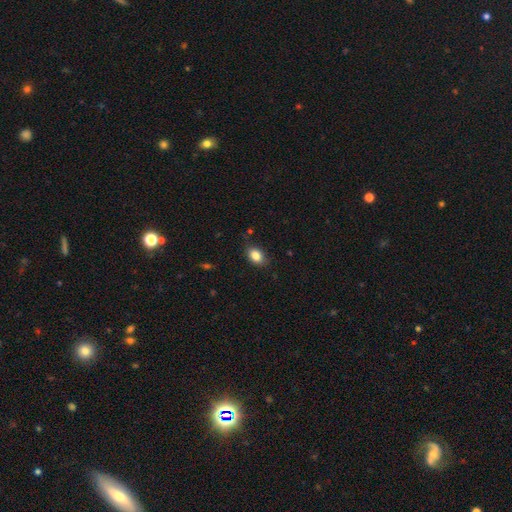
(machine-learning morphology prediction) Smooth or featured?
  - smooth: 85% *
  - star or artifact: 9%
  - featured or disk: 7%
How rounded?
  - in between: 83% *
  - round: 16%
  - cigar-shaped: 2%
Merging?
  - none: 82% *
  - minor disturbance: 14%
  - major disturbance: 3%
  - merger: 1%